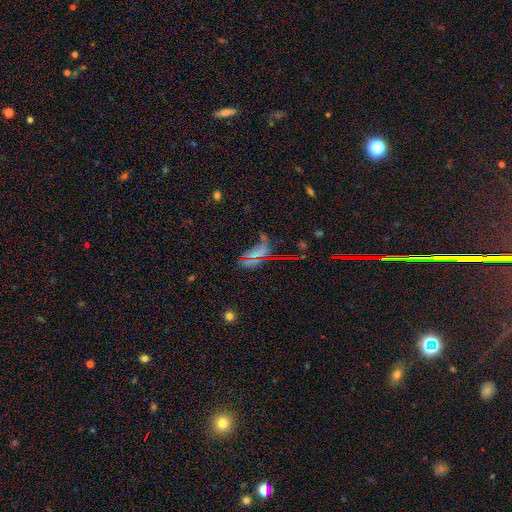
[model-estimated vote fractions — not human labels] The model was most divided on "smooth or featured": star or artifact: 57%, smooth: 29%, featured or disk: 15%.